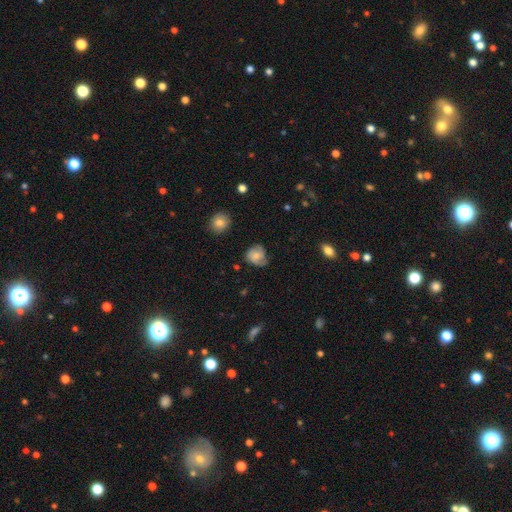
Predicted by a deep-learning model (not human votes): featured or disk 51%, smooth 41%, star or artifact 8%. Down the decision tree: edge-on disk — no (97%); merging — none (56%).